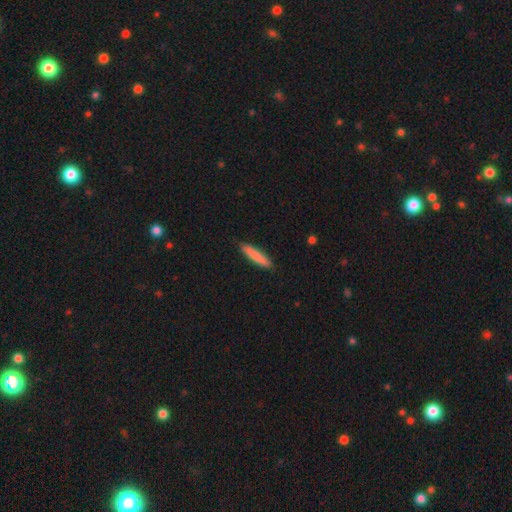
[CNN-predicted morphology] Smooth or featured? smooth (83%)
How rounded? cigar-shaped (89%)
Merging? none (88%)